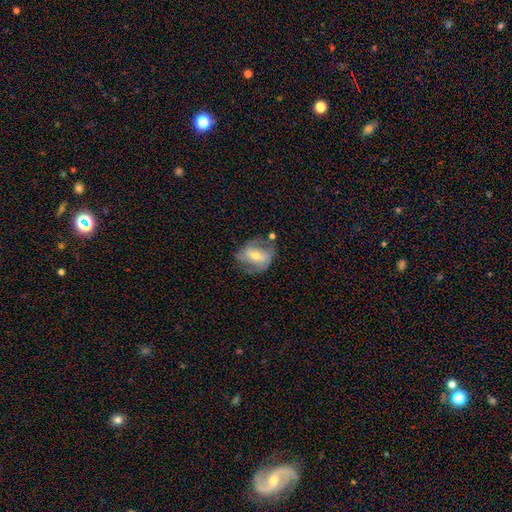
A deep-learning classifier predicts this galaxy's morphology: type=featured or disk (62%); edge-on=no (95%); bar=weak (41%); spiral arms=yes (76%); bulge=moderate (50%); merging=none (53%).